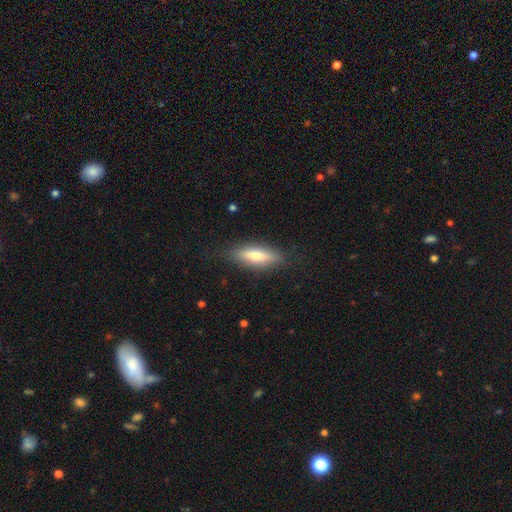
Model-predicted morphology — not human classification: A smooth galaxy with no disk features (57%) that is cigar-shaped (54%).

Vote fractions:
- Smooth or featured? smooth: 57% / featured or disk: 36% / star or artifact: 7%
- How rounded? cigar-shaped: 54% / in between: 44% / round: 2%
- Merging? none: 83% / minor disturbance: 12% / major disturbance: 3% / merger: 1%